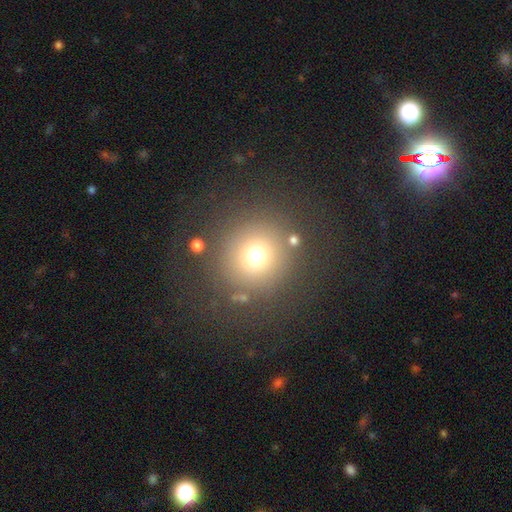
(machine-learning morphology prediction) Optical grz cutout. It shows a smooth galaxy with no disk features (71%) that is round (94%). Merging: none (82%).